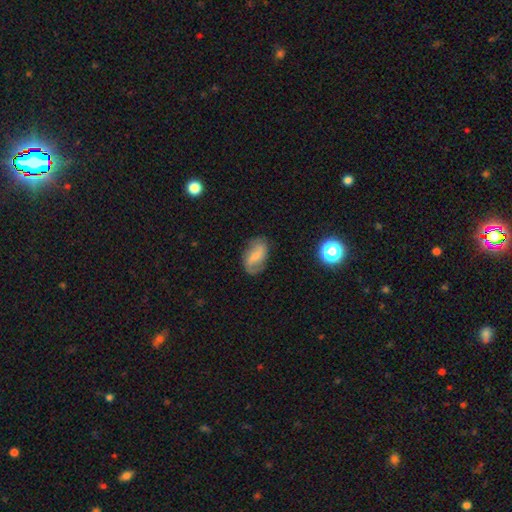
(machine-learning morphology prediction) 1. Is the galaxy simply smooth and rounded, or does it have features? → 53% featured or disk, 38% smooth, 9% star or artifact.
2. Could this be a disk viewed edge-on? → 96% no, 4% yes.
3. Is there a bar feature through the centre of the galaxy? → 49% weak, 26% strong, 25% no.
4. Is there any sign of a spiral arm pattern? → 85% yes, 15% no.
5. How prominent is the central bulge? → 43% small, 27% moderate, 24% none, 4% large, 1% dominant.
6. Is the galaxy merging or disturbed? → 73% none, 19% minor disturbance, 7% major disturbance, 2% merger.